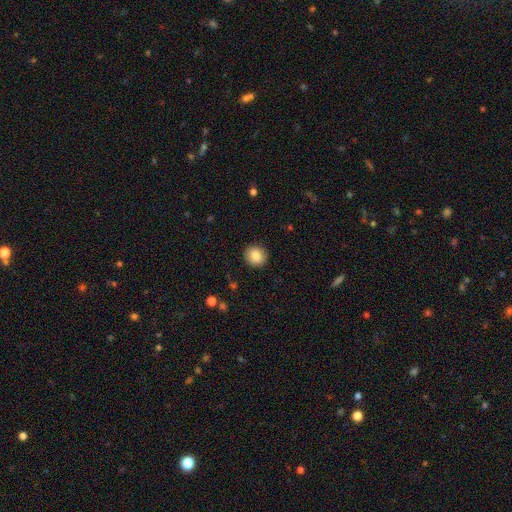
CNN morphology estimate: smooth_or_featured: smooth (p=0.85) [alt: star or artifact p=0.08]
how_rounded: round (p=0.81) [alt: in between p=0.18]
merging: none (p=0.90) [alt: minor disturbance p=0.07]